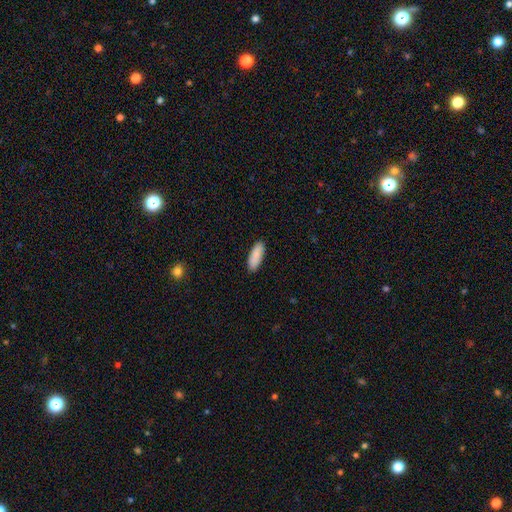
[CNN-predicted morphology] Q: Smooth or featured?
A: smooth (90%); runner-up: star or artifact (6%)
Q: How rounded?
A: in between (68%); runner-up: cigar-shaped (30%)
Q: Merging?
A: none (89%); runner-up: minor disturbance (9%)